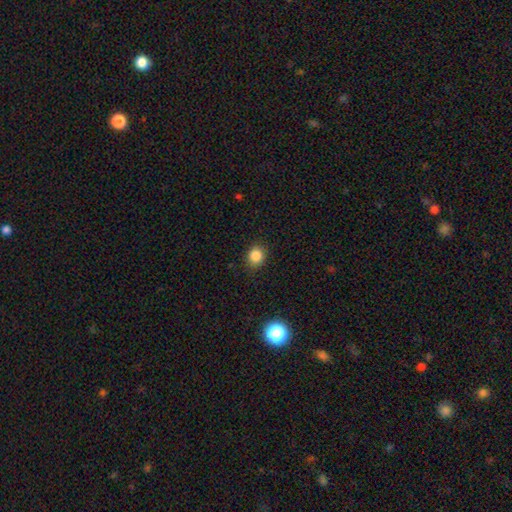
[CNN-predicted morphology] smooth 84%, star or artifact 11%, featured or disk 4%. Down the decision tree: how rounded — round (72%); merging — none (87%).